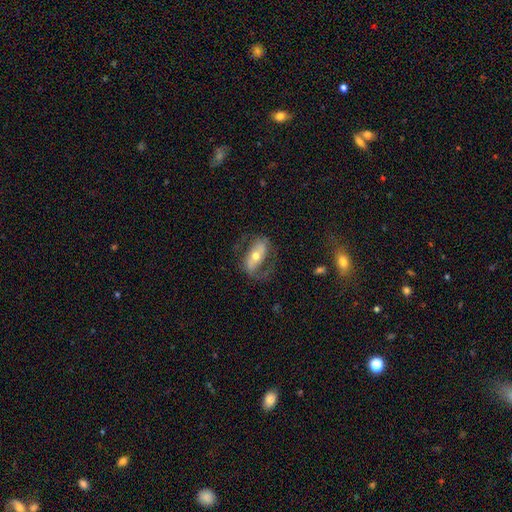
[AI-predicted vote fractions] Overall: featured or disk (68%). Edge-on disk: no (89%). Bar: strong (44%; no 32%). Spiral arms: yes (77%). Bulge size: moderate (58%; small 34%). Merging: none (61%).